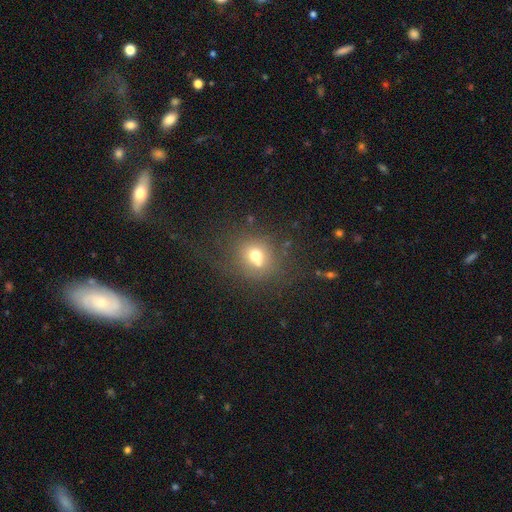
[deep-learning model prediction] A smooth galaxy with no disk features (66%) that is round (78%). Merging: none (56%).